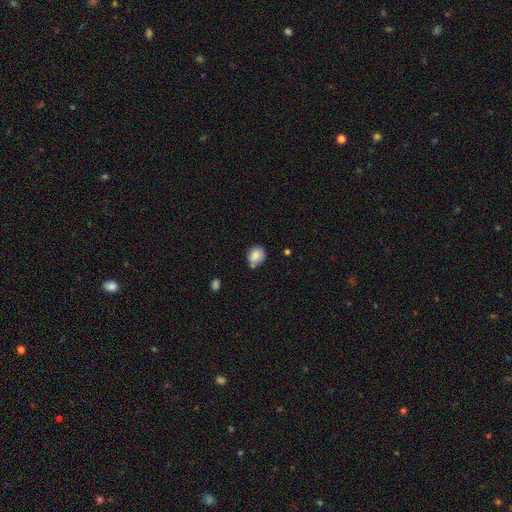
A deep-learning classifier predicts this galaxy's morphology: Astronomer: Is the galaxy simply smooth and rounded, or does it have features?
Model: smooth — 84%.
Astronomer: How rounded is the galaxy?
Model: round — 71%.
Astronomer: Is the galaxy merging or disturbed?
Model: none — 63%.